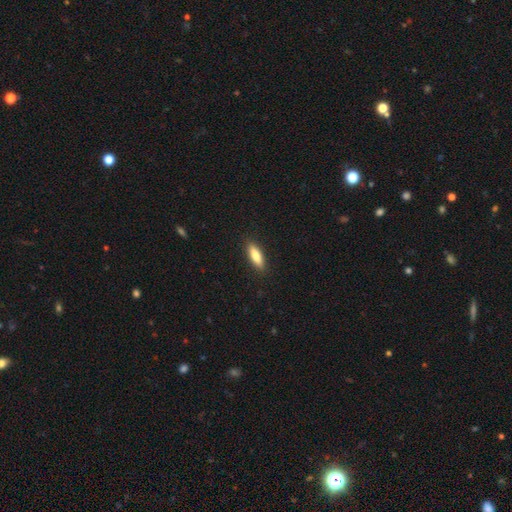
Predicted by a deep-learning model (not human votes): Morphology: type=smooth (79%); roundness=cigar-shaped (51%); merging=none (89%).